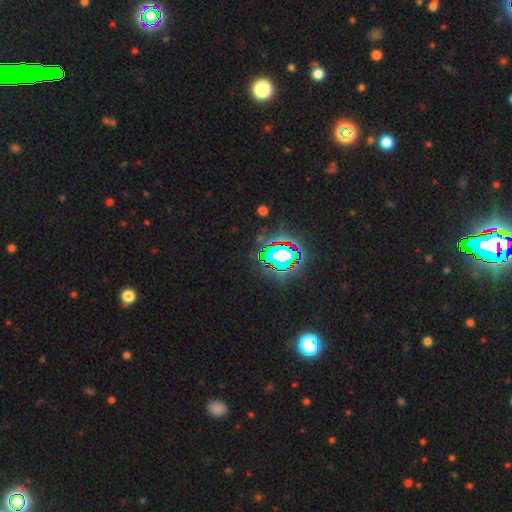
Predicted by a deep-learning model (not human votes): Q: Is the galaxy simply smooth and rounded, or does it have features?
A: star or artifact — 78%.